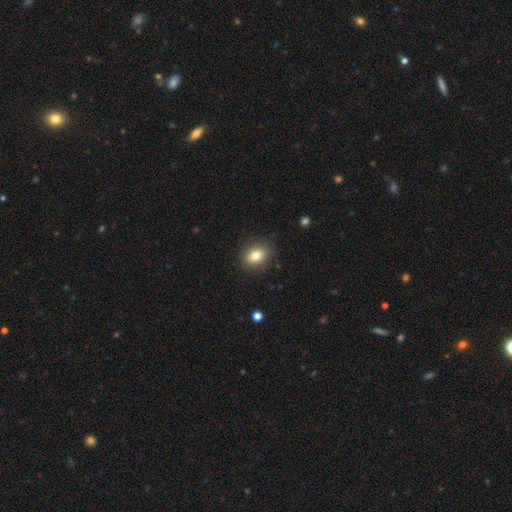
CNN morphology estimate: Smooth or featured? smooth (79%)
How rounded? in between (54%)
Merging? none (86%)